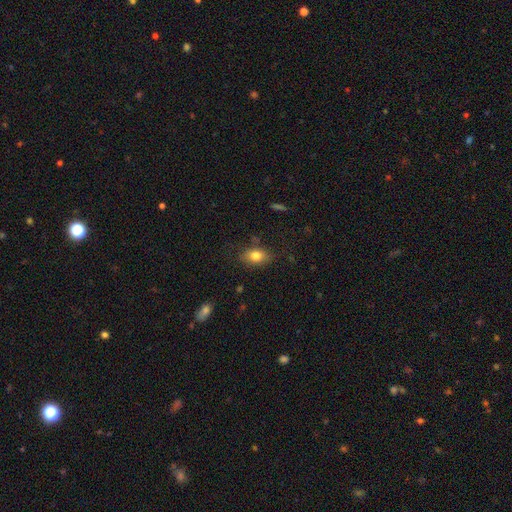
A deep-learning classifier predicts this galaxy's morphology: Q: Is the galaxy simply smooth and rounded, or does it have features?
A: smooth — 80%.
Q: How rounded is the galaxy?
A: in between — 81%.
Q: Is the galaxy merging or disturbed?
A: none — 79%.